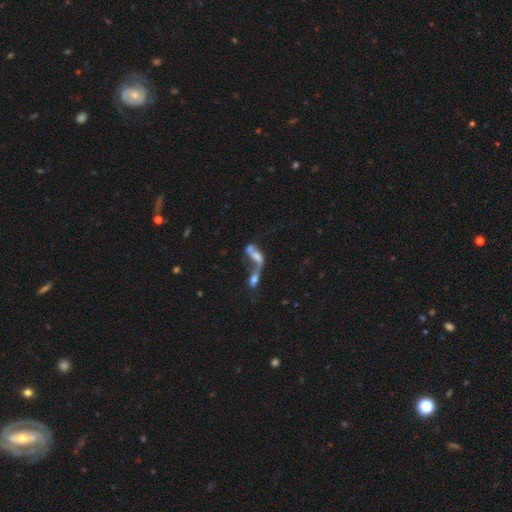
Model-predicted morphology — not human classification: Smooth or featured? featured or disk (47%)
Merging? merger (73%)